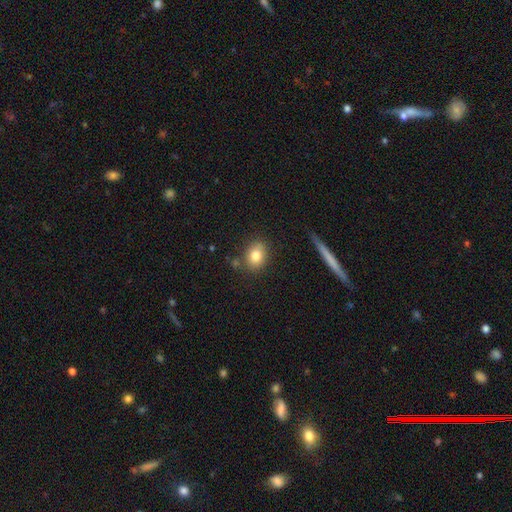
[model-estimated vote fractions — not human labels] The model was most divided on "how rounded": in between: 53%, round: 45%, cigar-shaped: 2%. More confident: smooth or featured — smooth (81%); merging — none (77%).